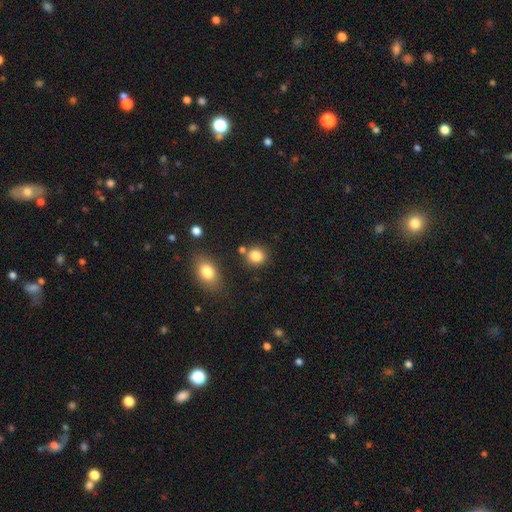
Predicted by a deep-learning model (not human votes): Smooth or featured? Predicted: smooth (p=0.83). How rounded? Predicted: round (p=0.82). Merging? Predicted: none (p=0.78).